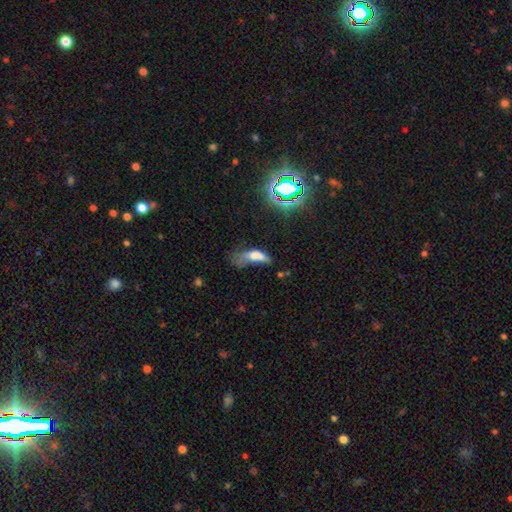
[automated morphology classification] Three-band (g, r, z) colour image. It shows a smooth galaxy with no disk features (59%) that is in between round and cigar-shaped (69%). Merging: major disturbance (51%).